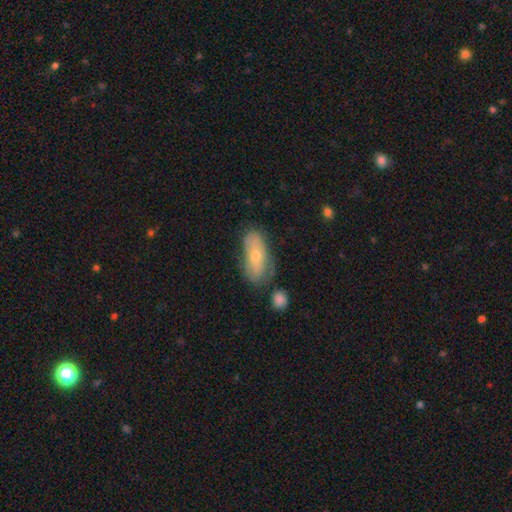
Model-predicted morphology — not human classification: The model was most divided on "smooth or featured": smooth: 55%, featured or disk: 38%, star or artifact: 7%. More confident: how rounded — in between (82%); merging — none (65%).